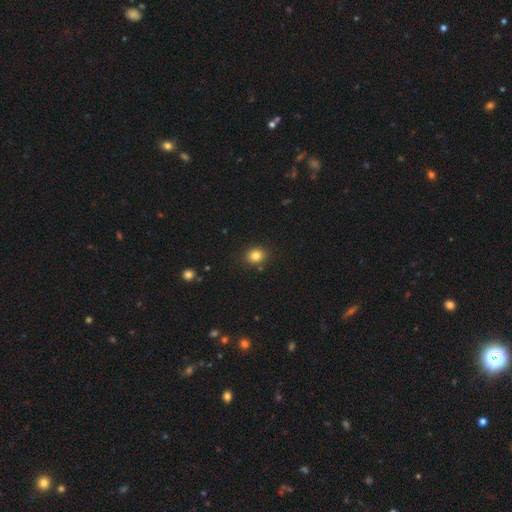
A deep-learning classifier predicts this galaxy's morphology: This is clearly a smooth galaxy (82%). How rounded: likely round (75%). Merging: clearly none (87%).